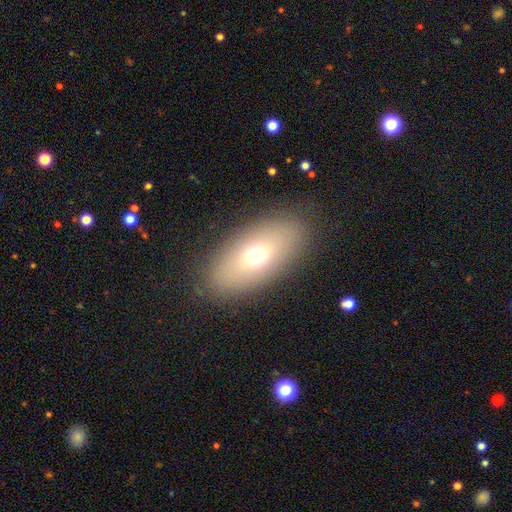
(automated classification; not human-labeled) This appears to be a smooth galaxy with no disk features (65%) that is in between round and cigar-shaped (88%). Merging: none (86%).